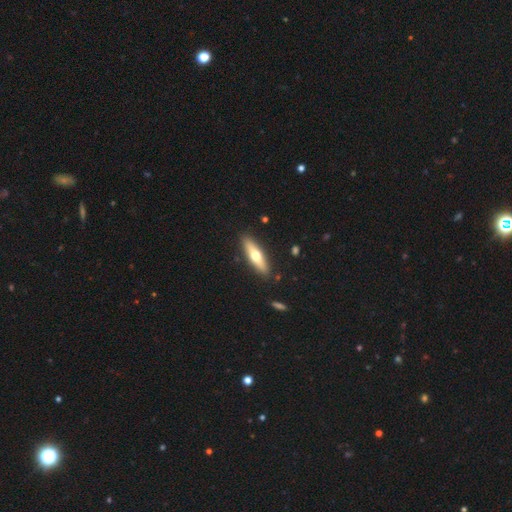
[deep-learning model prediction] A smooth galaxy with no disk features (51%) that is cigar-shaped (68%).

Vote fractions:
- Smooth or featured? smooth: 51% / featured or disk: 44% / star or artifact: 5%
- How rounded? cigar-shaped: 68% / in between: 30% / round: 2%
- Merging? none: 88% / minor disturbance: 8% / major disturbance: 2% / merger: 2%